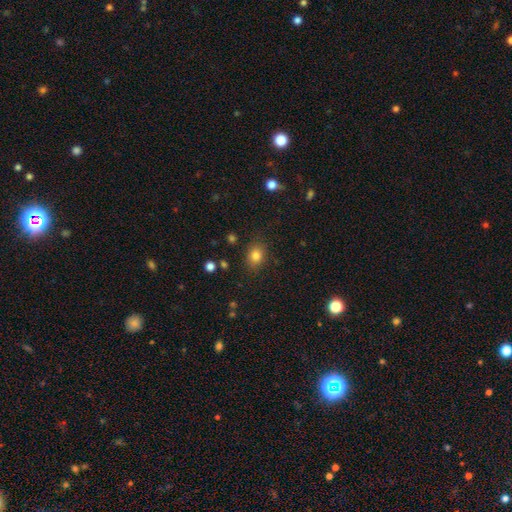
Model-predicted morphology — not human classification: A smooth galaxy with no disk features (82%) that is in between round and cigar-shaped (50%). Merging: none (84%).